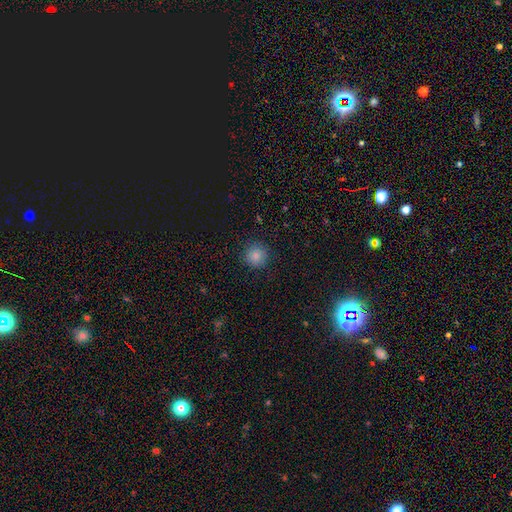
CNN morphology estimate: Q: Smooth or featured?
A: smooth (85%); runner-up: star or artifact (11%)
Q: How rounded?
A: round (94%); runner-up: in between (5%)
Q: Merging?
A: none (90%); runner-up: minor disturbance (7%)